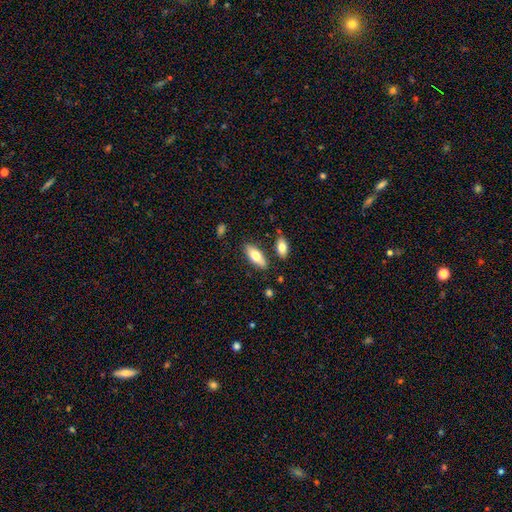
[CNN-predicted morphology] smooth_or_featured: smooth (p=0.71) [alt: featured or disk p=0.23]
how_rounded: in between (p=0.78) [alt: cigar-shaped p=0.20]
merging: none (p=0.79) [alt: minor disturbance p=0.12]